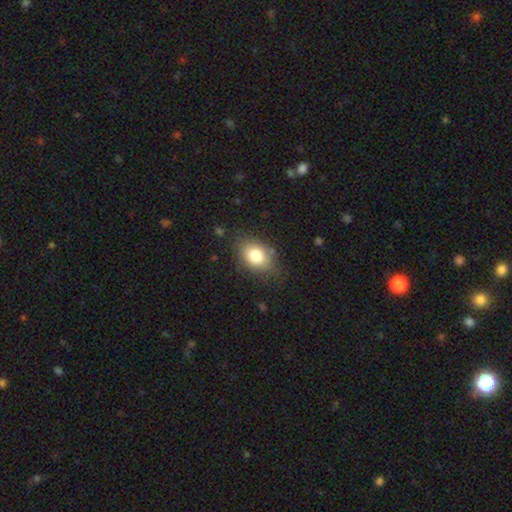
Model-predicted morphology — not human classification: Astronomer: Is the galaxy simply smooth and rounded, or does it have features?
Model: smooth — 80%.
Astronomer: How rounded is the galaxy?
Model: in between — 76%.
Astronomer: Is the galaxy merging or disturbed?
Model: none — 76%.